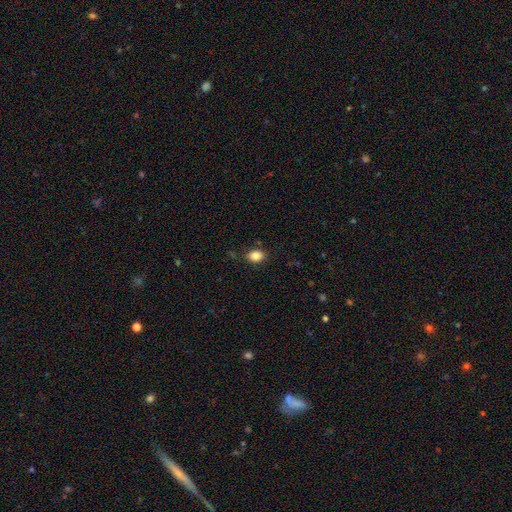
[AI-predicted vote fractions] This appears to be a smooth galaxy with no disk features (85%) that is in between round and cigar-shaped (72%). Merging: none (84%).